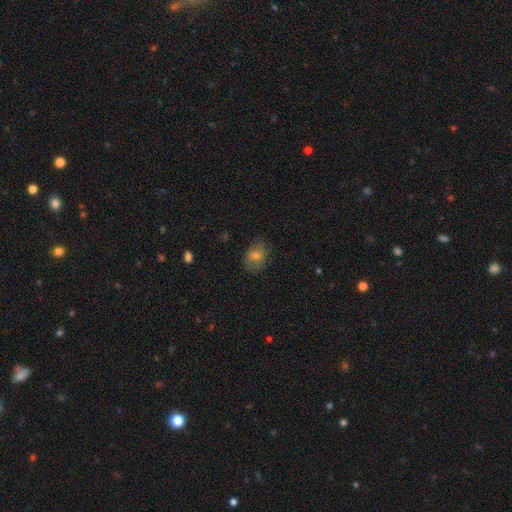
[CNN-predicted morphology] smooth-or-featured: smooth: 70% | featured or disk: 18% | star or artifact: 12%
  how-rounded: in between: 68% | round: 31% | cigar-shaped: 1%
  merging: none: 74% | minor disturbance: 19% | major disturbance: 6% | merger: 1%